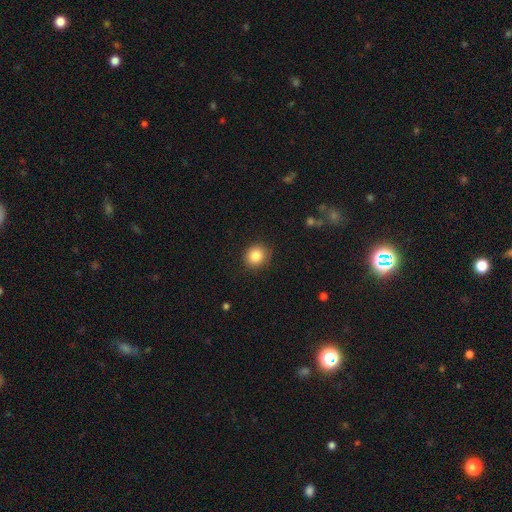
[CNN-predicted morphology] smooth_or_featured: smooth (p=0.85) [alt: star or artifact p=0.10]
how_rounded: round (p=0.85) [alt: in between p=0.14]
merging: none (p=0.88) [alt: minor disturbance p=0.08]